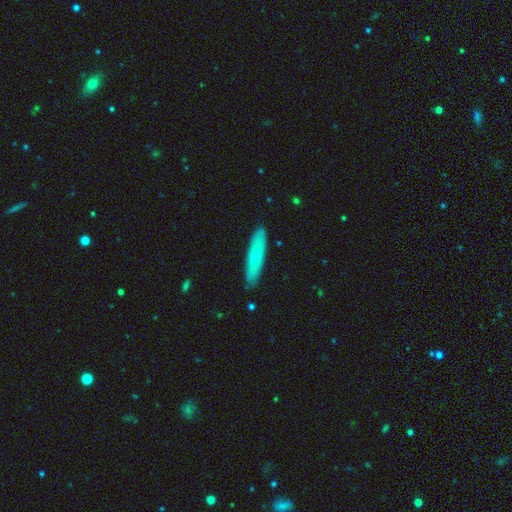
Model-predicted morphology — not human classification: A smooth galaxy with no disk features (67%) that is cigar-shaped (83%).

Vote fractions:
- Smooth or featured? smooth: 67% / featured or disk: 27% / star or artifact: 6%
- How rounded? cigar-shaped: 83% / in between: 15% / round: 1%
- Merging? none: 87% / minor disturbance: 10% / major disturbance: 2% / merger: 1%